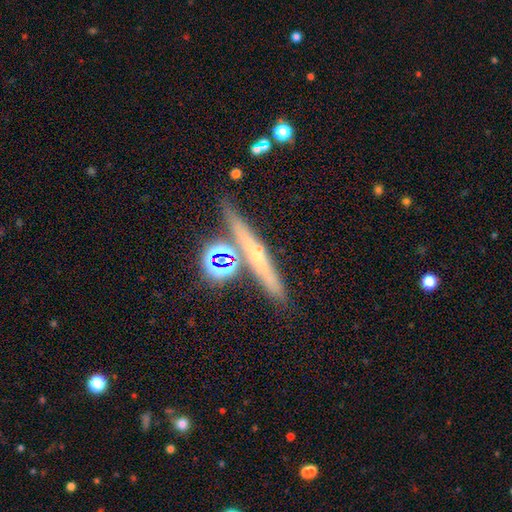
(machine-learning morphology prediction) Q: Smooth or featured?
A: featured or disk (39%); runner-up: smooth (34%)
Q: Merging?
A: none (77%); runner-up: minor disturbance (10%)